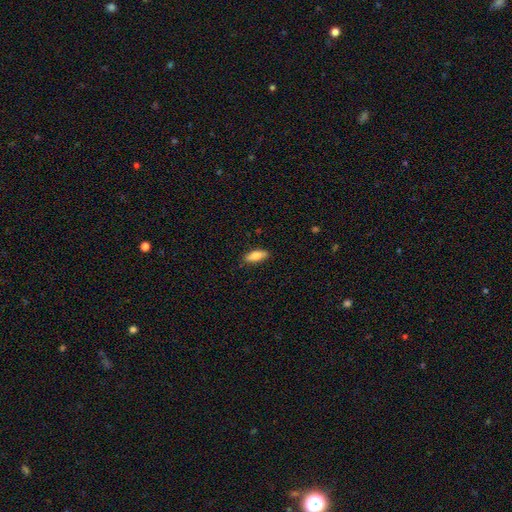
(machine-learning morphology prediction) Smooth or featured? smooth (78%)
How rounded? in between (70%)
Merging? none (86%)